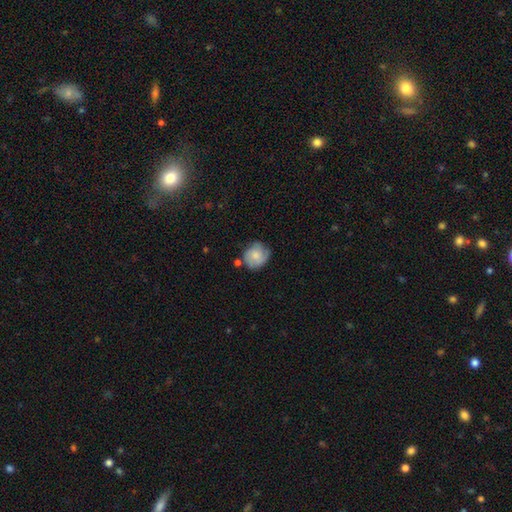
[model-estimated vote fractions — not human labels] smooth 56%, featured or disk 37%, star or artifact 7%. Down the decision tree: how rounded — round (81%); merging — none (66%).